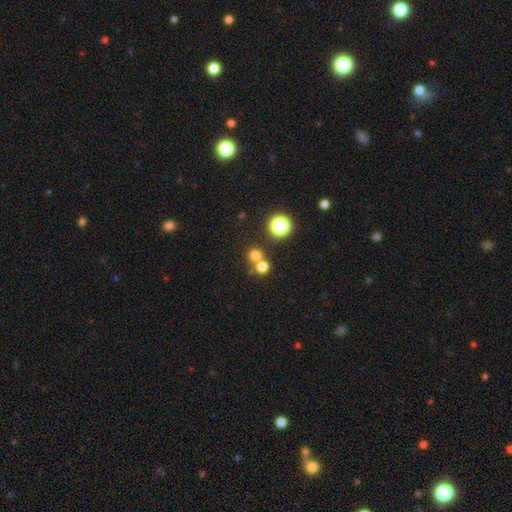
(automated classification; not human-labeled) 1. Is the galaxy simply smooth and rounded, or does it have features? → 70% smooth, 21% star or artifact, 8% featured or disk.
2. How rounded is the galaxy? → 86% round, 13% in between, 1% cigar-shaped.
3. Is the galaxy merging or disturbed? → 55% none, 35% merger, 6% minor disturbance, 3% major disturbance.